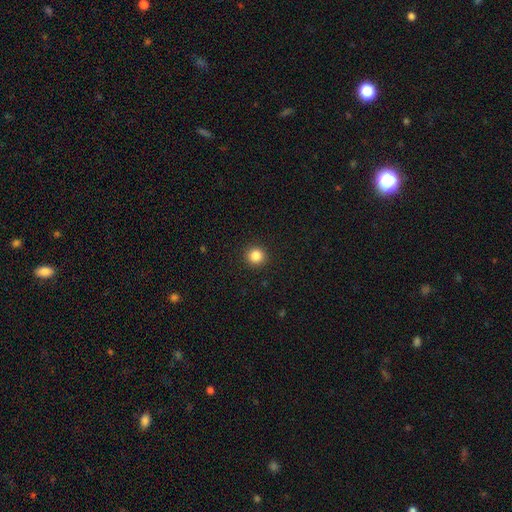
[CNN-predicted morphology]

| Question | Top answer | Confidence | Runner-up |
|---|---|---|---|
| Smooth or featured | smooth | 85% | star or artifact (11%) |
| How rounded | round | 93% | in between (6%) |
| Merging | none | 92% | minor disturbance (5%) |